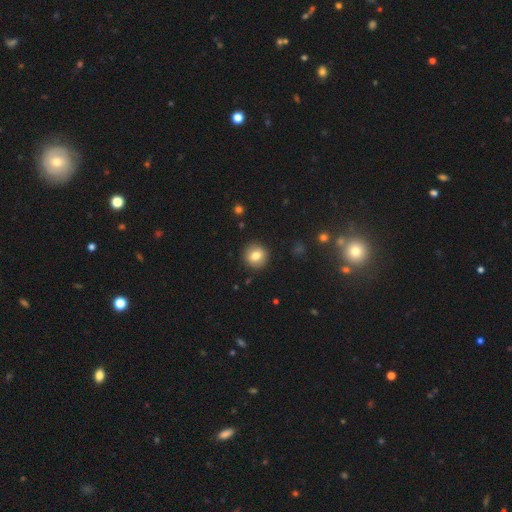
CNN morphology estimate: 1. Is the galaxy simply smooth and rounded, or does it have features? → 80% smooth, 11% featured or disk, 10% star or artifact.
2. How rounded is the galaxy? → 89% round, 10% in between, 1% cigar-shaped.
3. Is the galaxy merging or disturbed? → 91% none, 6% minor disturbance, 2% major disturbance, 1% merger.